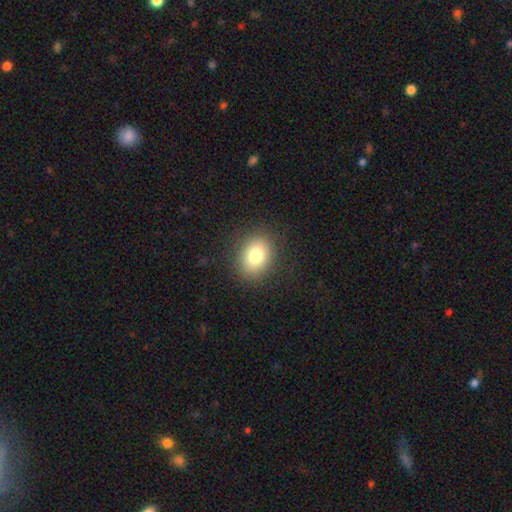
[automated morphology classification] A smooth galaxy with no disk features (79%) that is in between round and cigar-shaped (57%).

Vote fractions:
- Smooth or featured? smooth: 79% / featured or disk: 11% / star or artifact: 11%
- How rounded? in between: 57% / round: 42% / cigar-shaped: 1%
- Merging? none: 87% / minor disturbance: 8% / major disturbance: 3% / merger: 1%